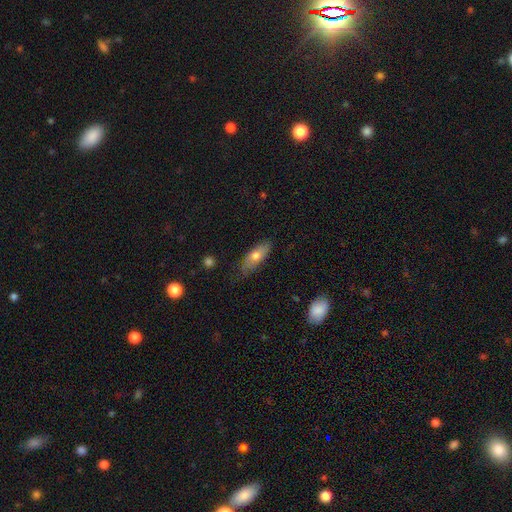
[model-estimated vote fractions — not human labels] smooth-or-featured: smooth: 67% | featured or disk: 27% | star or artifact: 7%
  how-rounded: in between: 69% | cigar-shaped: 29% | round: 3%
  merging: none: 71% | minor disturbance: 23% | major disturbance: 5% | merger: 2%